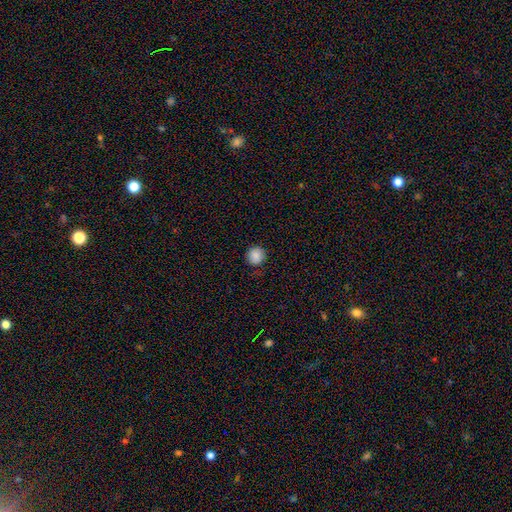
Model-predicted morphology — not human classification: type=smooth (87%); roundness=round (91%); merging=none (85%).